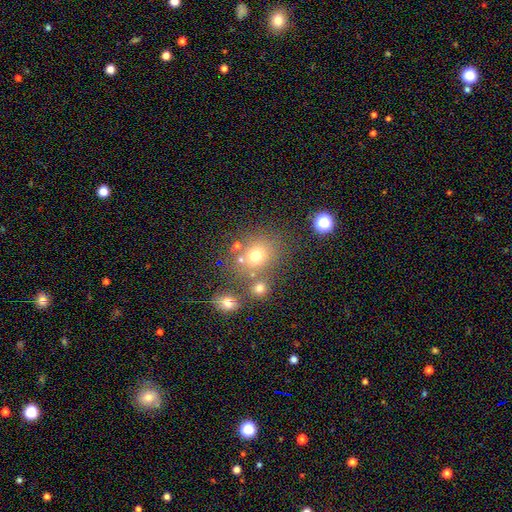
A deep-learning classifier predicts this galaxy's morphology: smooth-or-featured: smooth: 69% | star or artifact: 19% | featured or disk: 11%
  how-rounded: round: 75% | in between: 24% | cigar-shaped: 1%
  merging: none: 64% | merger: 19% | minor disturbance: 11% | major disturbance: 6%